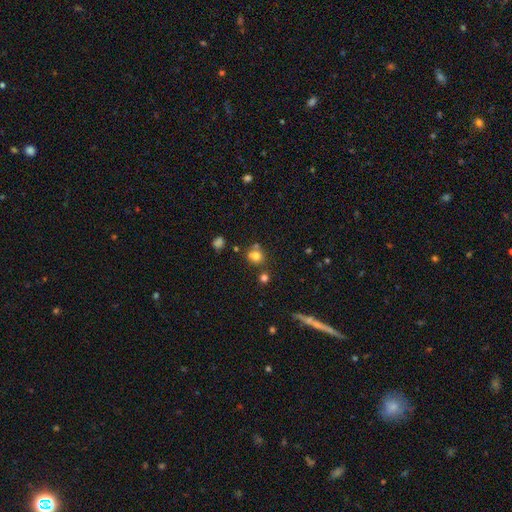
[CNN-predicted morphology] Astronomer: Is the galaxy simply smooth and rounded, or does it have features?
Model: smooth — 74%.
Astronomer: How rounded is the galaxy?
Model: round — 77%.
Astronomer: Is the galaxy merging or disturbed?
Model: none — 60%.